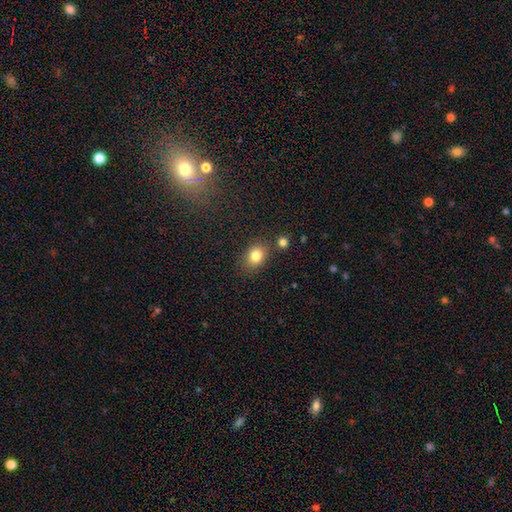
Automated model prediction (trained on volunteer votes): Morphology: type=smooth (82%); roundness=in between (56%); merging=none (76%).